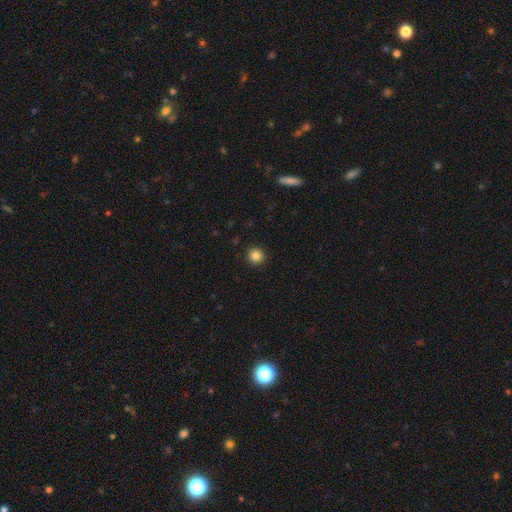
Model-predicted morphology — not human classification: A smooth galaxy with no disk features (85%) that is round (93%).

Vote fractions:
- Smooth or featured? smooth: 85% / star or artifact: 11% / featured or disk: 4%
- How rounded? round: 93% / in between: 6% / cigar-shaped: 1%
- Merging? none: 92% / minor disturbance: 5% / major disturbance: 2% / merger: 1%